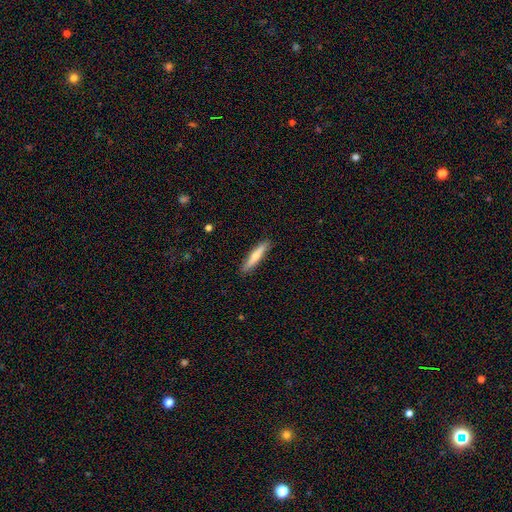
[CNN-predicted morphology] Smooth or featured? Predicted: smooth (p=0.57). How rounded? Predicted: cigar-shaped (p=0.88). Merging? Predicted: none (p=0.88).